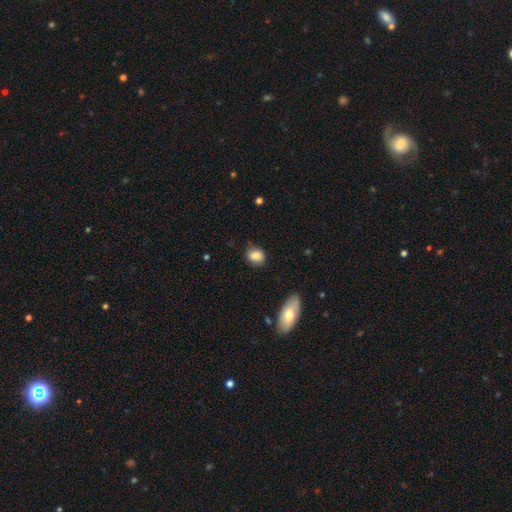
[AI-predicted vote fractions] smooth 84%, star or artifact 8%, featured or disk 8%. Down the decision tree: how rounded — in between (50%); merging — none (76%).